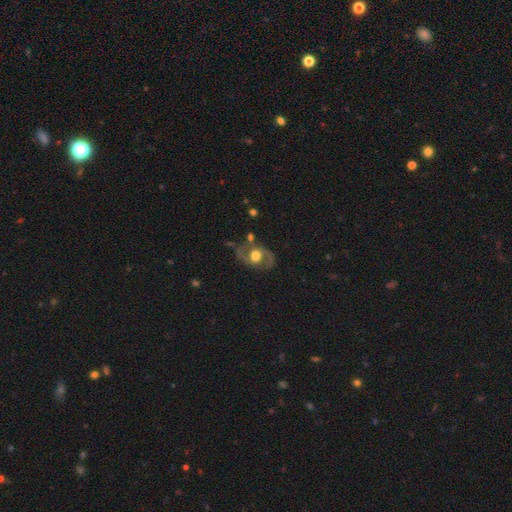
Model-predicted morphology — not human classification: Smooth or featured?
  - featured or disk: 72% *
  - smooth: 21%
  - star or artifact: 7%
Edge-on disk?
  - no: 95% *
  - yes: 5%
Bar?
  - no: 71% *
  - weak: 23%
  - strong: 6%
Spiral arms?
  - yes: 73% *
  - no: 27%
Bulge size?
  - moderate: 46% *
  - large: 44%
  - small: 4%
  - dominant: 4%
  - none: 1%
Merging?
  - none: 68% *
  - minor disturbance: 17%
  - major disturbance: 10%
  - merger: 4%